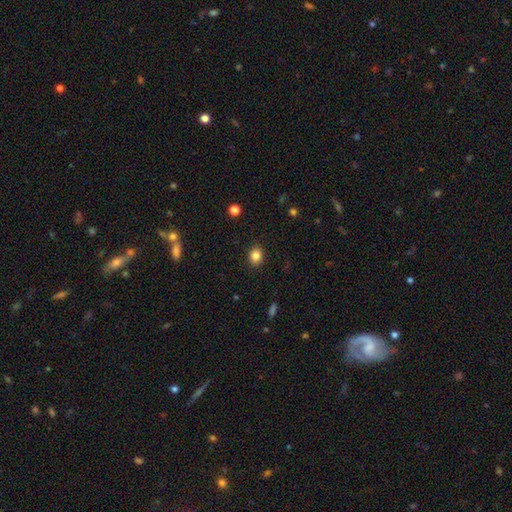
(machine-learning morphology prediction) Smooth or featured? Predicted: smooth (p=0.84). How rounded? Predicted: round (p=0.55). Merging? Predicted: none (p=0.89).